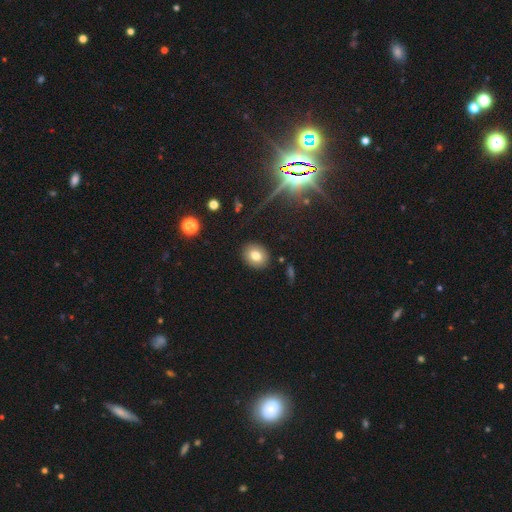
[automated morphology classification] This appears to be a smooth galaxy with no disk features (78%) that is round (57%). Merging: none (89%).